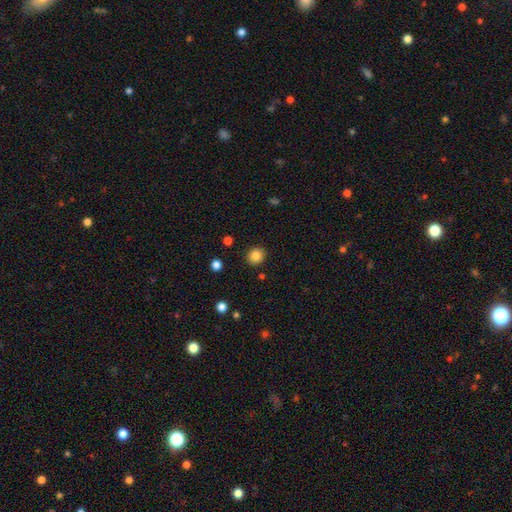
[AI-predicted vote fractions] A smooth galaxy with no disk features (85%) that is round (86%). Merging: none (89%).